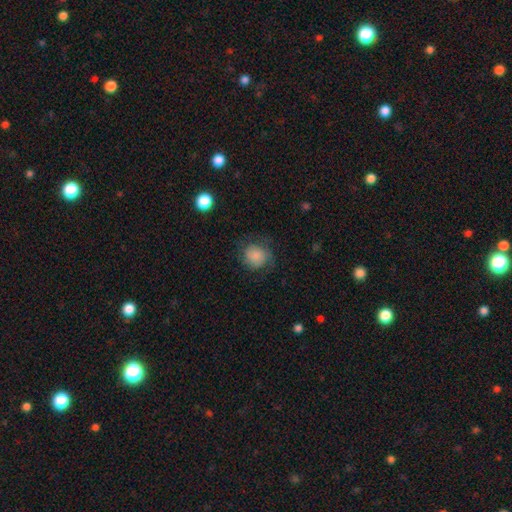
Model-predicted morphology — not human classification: A smooth galaxy with no disk features (78%) that is round (83%).

Vote fractions:
- Smooth or featured? smooth: 78% / featured or disk: 14% / star or artifact: 8%
- How rounded? round: 83% / in between: 16% / cigar-shaped: 1%
- Merging? none: 67% / minor disturbance: 21% / major disturbance: 11% / merger: 1%